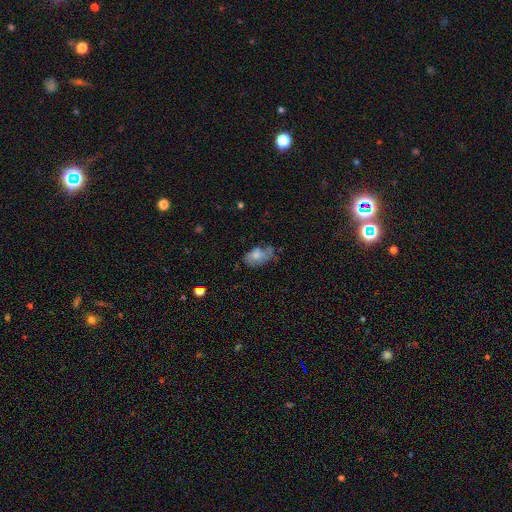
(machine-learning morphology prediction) smooth_or_featured: smooth (p=0.63) [alt: featured or disk p=0.27]
how_rounded: in between (p=0.90) [alt: round p=0.06]
merging: none (p=0.50) [alt: minor disturbance p=0.32]